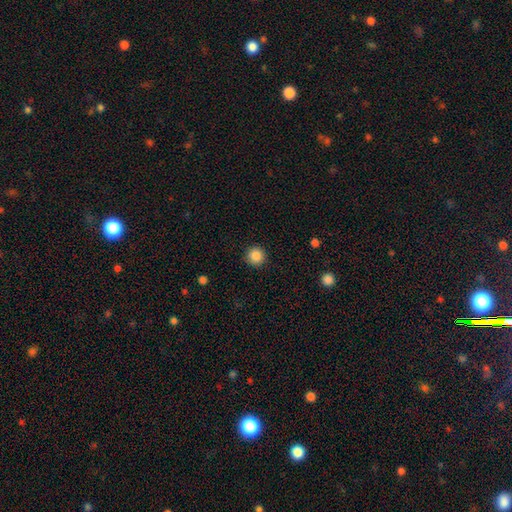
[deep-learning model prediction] smooth 87%, star or artifact 10%, featured or disk 4%. Down the decision tree: how rounded — round (95%); merging — none (91%).